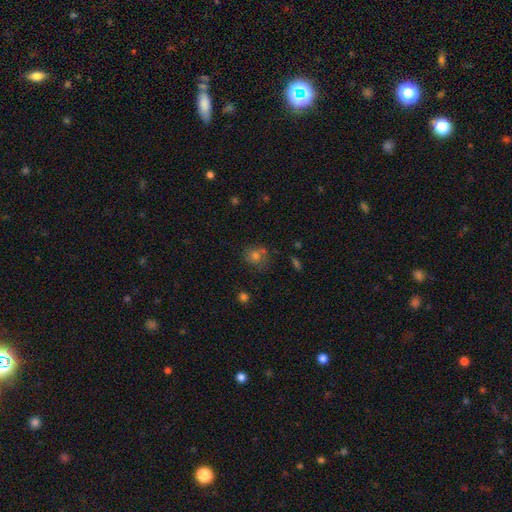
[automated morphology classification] Q: Smooth or featured?
A: smooth (64%); runner-up: star or artifact (18%)
Q: How rounded?
A: round (76%); runner-up: in between (23%)
Q: Merging?
A: none (61%); runner-up: minor disturbance (19%)